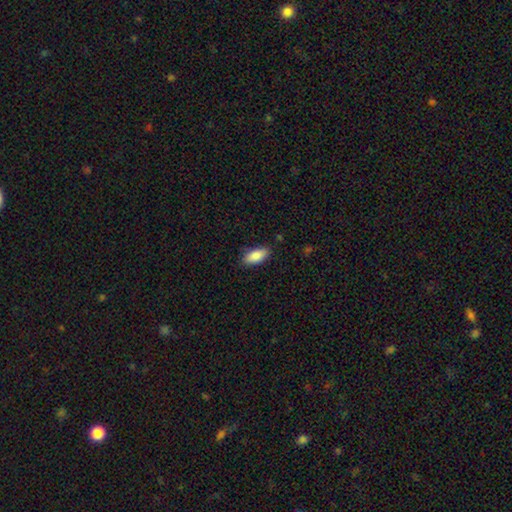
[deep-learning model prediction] Morphology: type=smooth (87%); roundness=in between (88%); merging=none (84%).